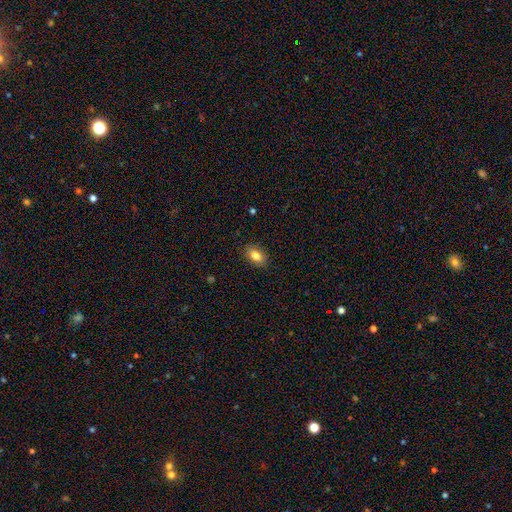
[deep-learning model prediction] Smooth or featured? smooth (84%)
How rounded? in between (88%)
Merging? none (87%)